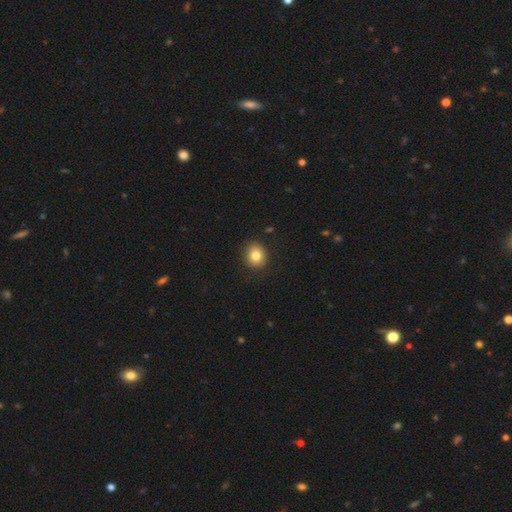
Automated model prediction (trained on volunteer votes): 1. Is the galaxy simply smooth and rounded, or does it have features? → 82% smooth, 10% star or artifact, 9% featured or disk.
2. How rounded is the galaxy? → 76% round, 23% in between, 1% cigar-shaped.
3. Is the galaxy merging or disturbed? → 87% none, 9% minor disturbance, 2% major disturbance, 1% merger.